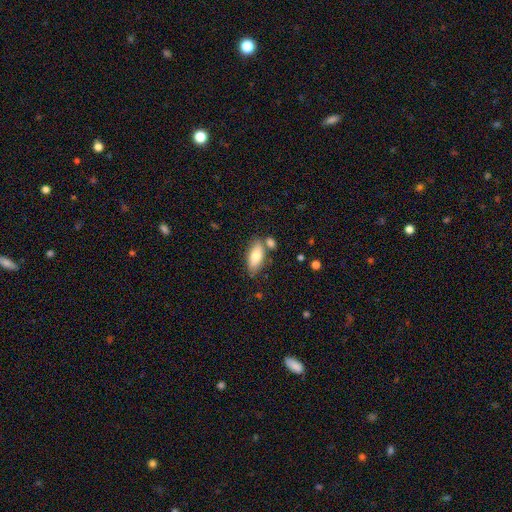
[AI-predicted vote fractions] smooth-or-featured: smooth: 79% | featured or disk: 15% | star or artifact: 7%
  how-rounded: in between: 87% | cigar-shaped: 10% | round: 3%
  merging: none: 70% | minor disturbance: 14% | merger: 13% | major disturbance: 3%